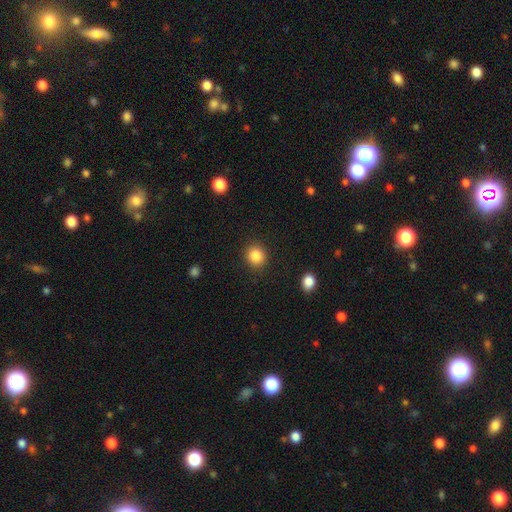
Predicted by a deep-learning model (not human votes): A smooth galaxy with no disk features (86%) that is round (85%).

Vote fractions:
- Smooth or featured? smooth: 86% / star or artifact: 10% / featured or disk: 5%
- How rounded? round: 85% / in between: 14% / cigar-shaped: 1%
- Merging? none: 90% / minor disturbance: 7% / major disturbance: 2% / merger: 1%